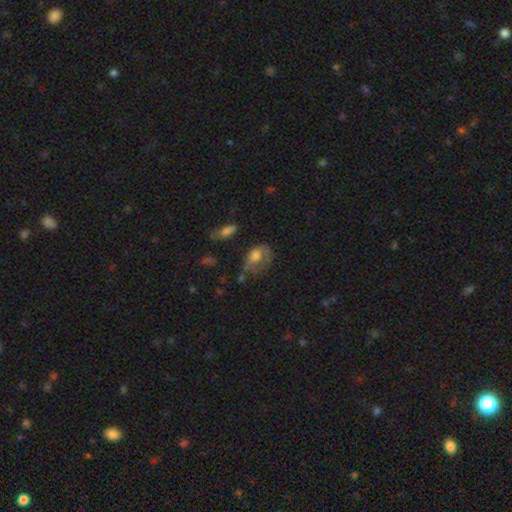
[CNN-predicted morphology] Q: Smooth or featured?
A: smooth (61%); runner-up: featured or disk (30%)
Q: How rounded?
A: in between (73%); runner-up: round (26%)
Q: Merging?
A: none (33%); runner-up: minor disturbance (30%)